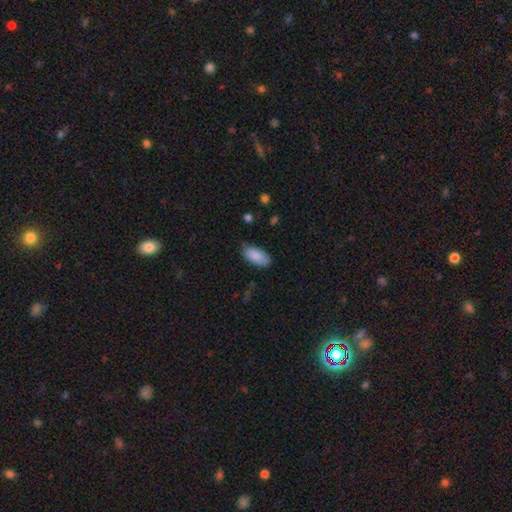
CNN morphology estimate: Smooth or featured?
  - smooth: 89% *
  - star or artifact: 6%
  - featured or disk: 5%
How rounded?
  - in between: 91% *
  - cigar-shaped: 7%
  - round: 2%
Merging?
  - none: 77% *
  - minor disturbance: 19%
  - major disturbance: 3%
  - merger: 1%